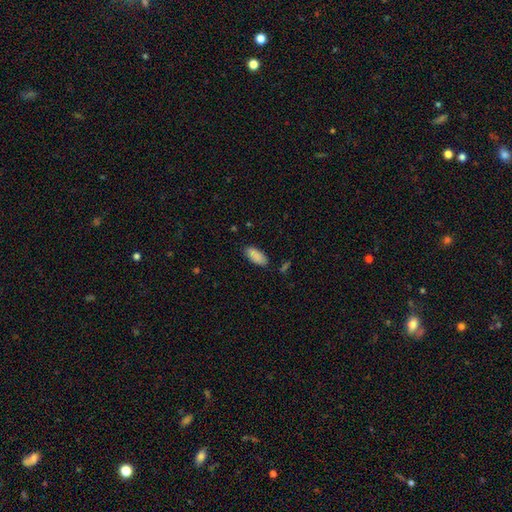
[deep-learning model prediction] Overall: smooth (89%). How rounded: in between (85%). Merging: none (83%).